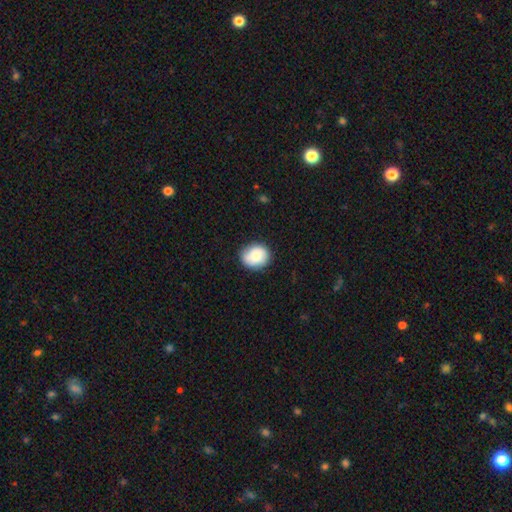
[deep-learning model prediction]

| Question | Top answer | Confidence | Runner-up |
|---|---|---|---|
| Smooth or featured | smooth | 77% | featured or disk (16%) |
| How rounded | round | 66% | in between (33%) |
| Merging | none | 83% | minor disturbance (13%) |